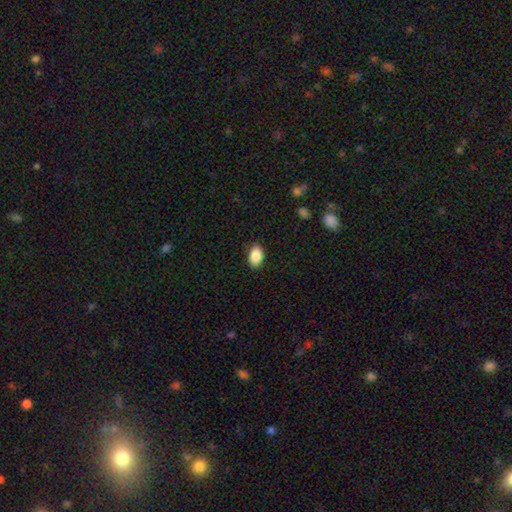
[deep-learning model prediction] A smooth galaxy with no disk features (89%) that is in between round and cigar-shaped (89%). Merging: none (87%).